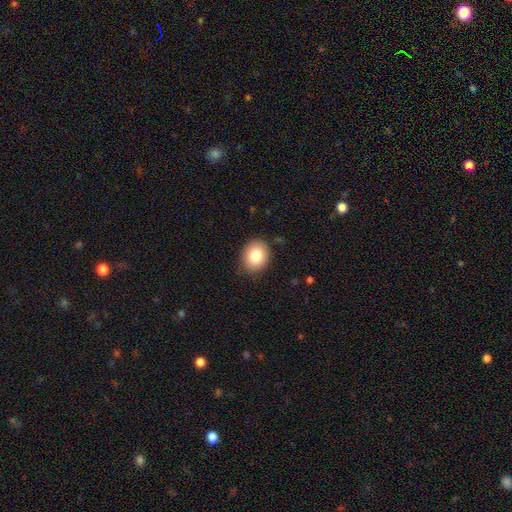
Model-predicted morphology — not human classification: smooth 82%, featured or disk 9%, star or artifact 9%. Down the decision tree: how rounded — round (57%); merging — none (85%).